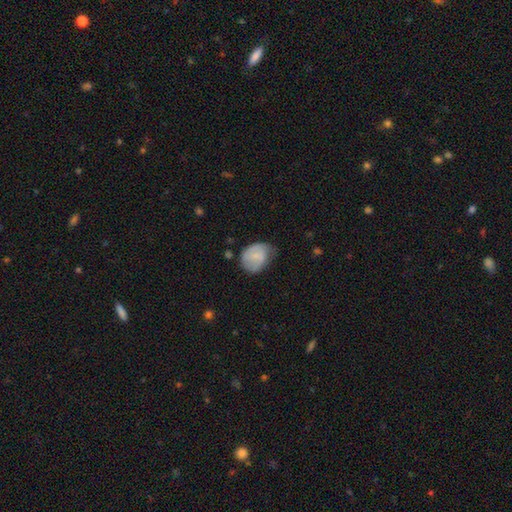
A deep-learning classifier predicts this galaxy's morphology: A smooth galaxy with no disk features (65%) that is in between round and cigar-shaped (53%).

Vote fractions:
- Smooth or featured? smooth: 65% / featured or disk: 28% / star or artifact: 7%
- How rounded? in between: 53% / round: 46% / cigar-shaped: 1%
- Merging? none: 43% / minor disturbance: 41% / major disturbance: 14% / merger: 2%